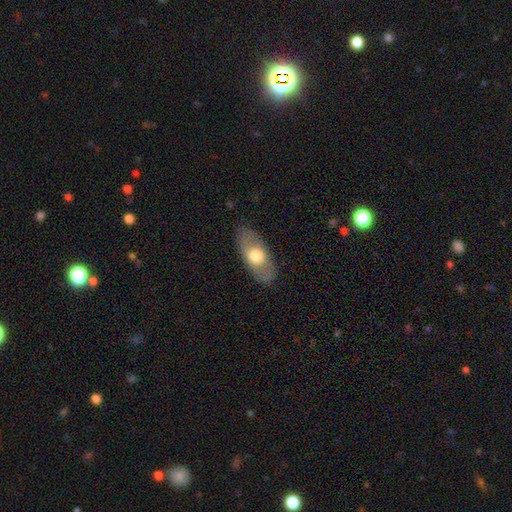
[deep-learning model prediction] The model was most divided on "smooth or featured": smooth: 58%, featured or disk: 37%, star or artifact: 5%. More confident: how rounded — in between (87%); merging — none (84%).